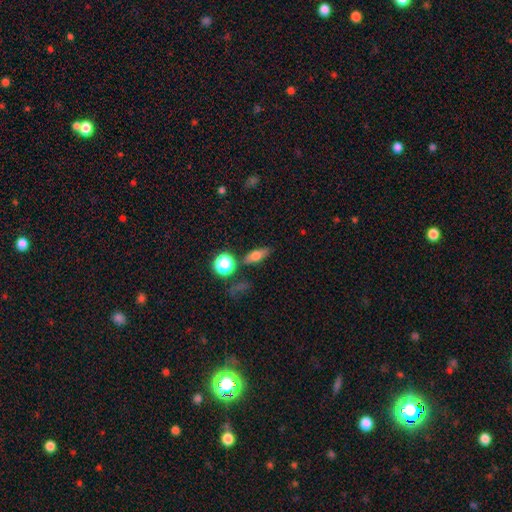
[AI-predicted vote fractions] Smooth or featured? smooth (64%)
How rounded? in between (58%)
Merging? none (79%)